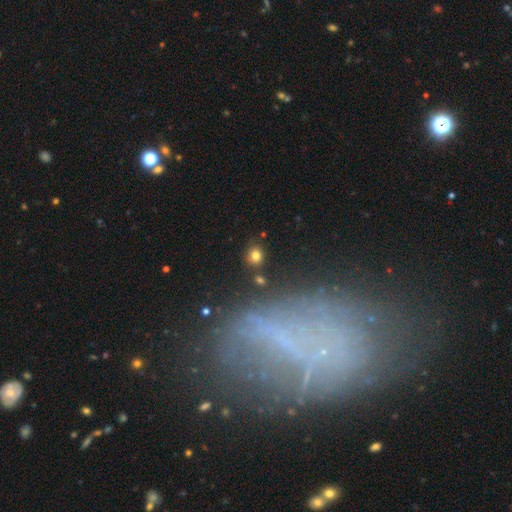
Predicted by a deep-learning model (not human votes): This is likely a smooth galaxy (79%). How rounded: likely round (76%). Merging: clearly none (84%).